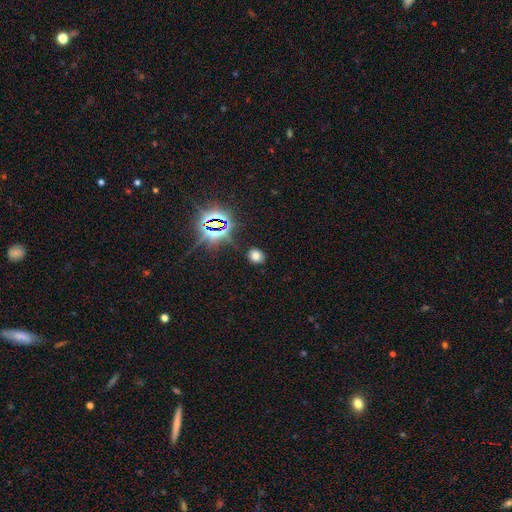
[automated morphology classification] Smooth or featured: smooth — 64% (star or artifact — 27%)
How rounded: round — 56% (in between — 43%)
Merging: none — 85% (minor disturbance — 10%)